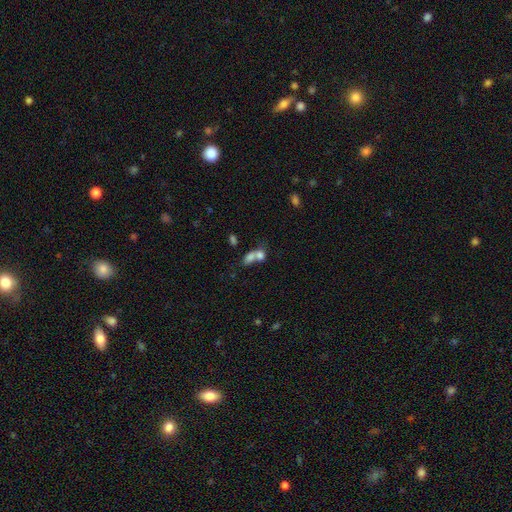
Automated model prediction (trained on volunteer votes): smooth-or-featured: smooth: 74% | featured or disk: 15% | star or artifact: 11%
  how-rounded: in between: 65% | round: 31% | cigar-shaped: 4%
  merging: merger: 69% | none: 19% | minor disturbance: 7% | major disturbance: 6%